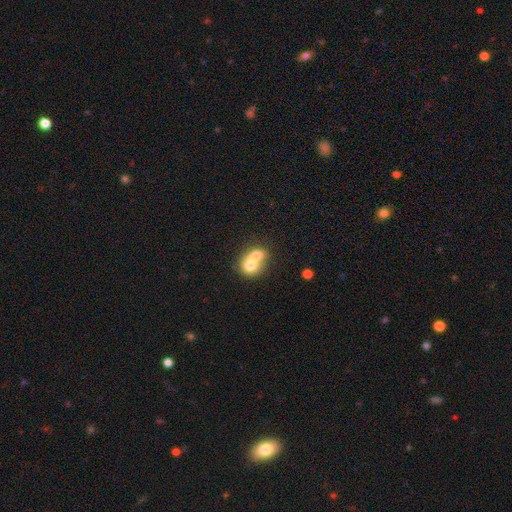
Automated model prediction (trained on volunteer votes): Smooth or featured: smooth — 68% (featured or disk — 23%)
How rounded: round — 61% (in between — 38%)
Merging: merger — 75% (none — 17%)